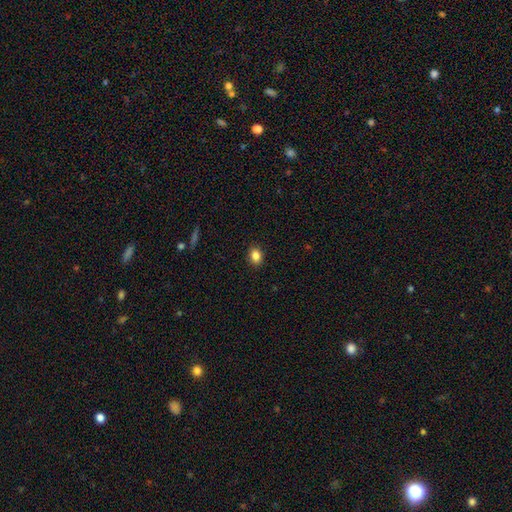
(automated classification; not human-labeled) A smooth galaxy with no disk features (85%) that is in between round and cigar-shaped (60%). Merging: none (90%).